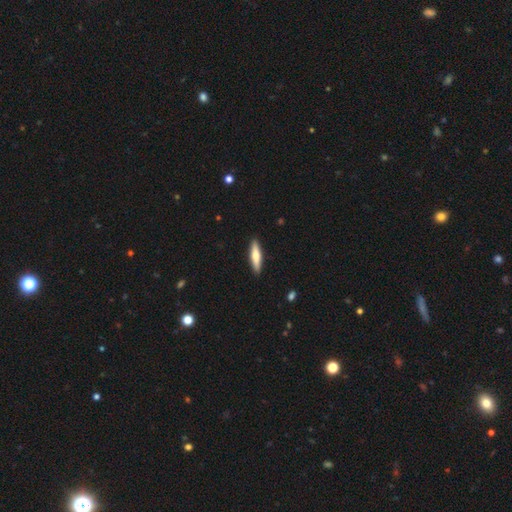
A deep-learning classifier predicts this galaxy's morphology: Smooth or featured: smooth — 60% (featured or disk — 35%)
How rounded: cigar-shaped — 74% (in between — 24%)
Merging: none — 91% (minor disturbance — 7%)